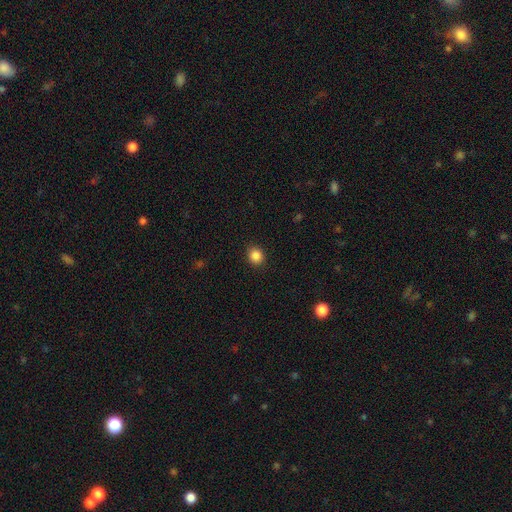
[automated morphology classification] smooth 86%, star or artifact 10%, featured or disk 4%. Down the decision tree: how rounded — round (77%); merging — none (90%).